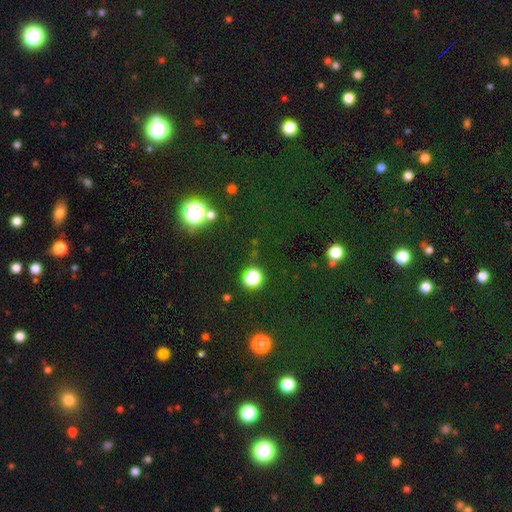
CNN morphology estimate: This appears to be a star or artifact, not a galaxy (68%).